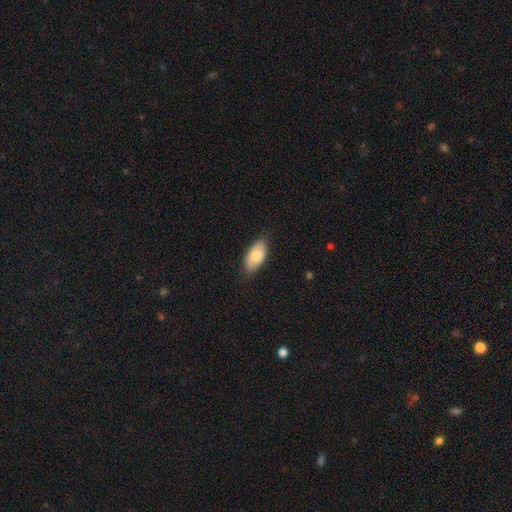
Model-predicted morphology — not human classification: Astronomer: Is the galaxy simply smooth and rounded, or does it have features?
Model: smooth — 80%.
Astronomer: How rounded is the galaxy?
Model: in between — 92%.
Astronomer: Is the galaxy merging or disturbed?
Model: none — 83%.